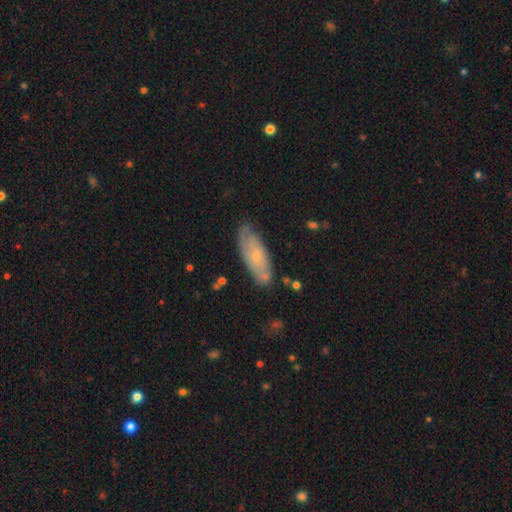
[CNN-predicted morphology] This is possibly a featured or disk galaxy (47%). Merging: likely none (71%).